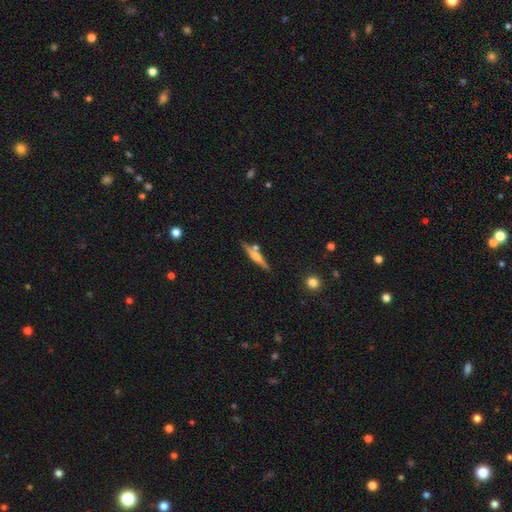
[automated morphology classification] featured or disk 59%, smooth 34%, star or artifact 7%. Down the decision tree: edge-on disk — yes (96%); edge-on bulge — rounded (81%); merging — none (75%).